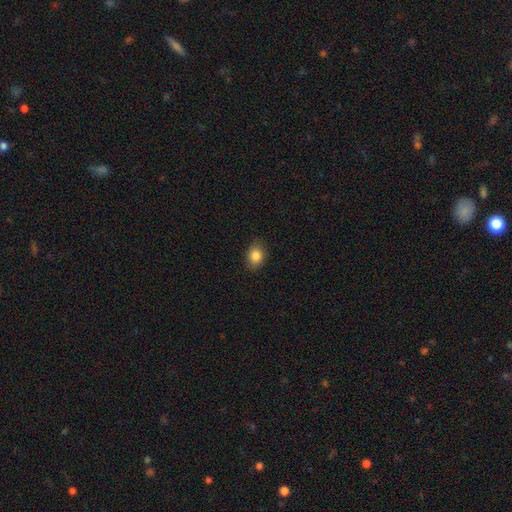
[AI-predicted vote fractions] The model was most divided on "how rounded": in between: 62%, round: 36%, cigar-shaped: 1%. More confident: smooth or featured — smooth (85%); merging — none (85%).